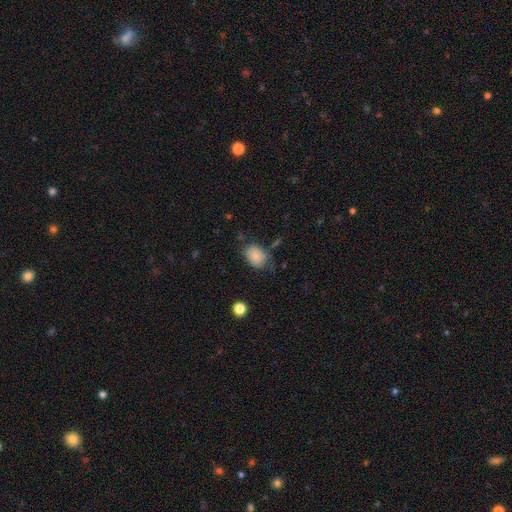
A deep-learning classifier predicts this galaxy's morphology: smooth-or-featured: smooth: 83% | featured or disk: 9% | star or artifact: 9%
  how-rounded: in between: 72% | round: 27% | cigar-shaped: 1%
  merging: none: 68% | minor disturbance: 23% | major disturbance: 6% | merger: 4%